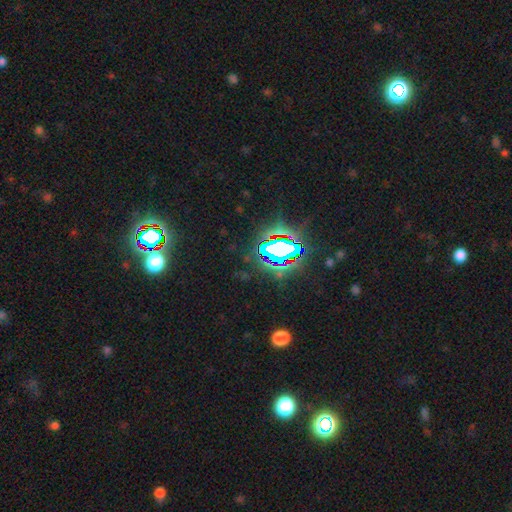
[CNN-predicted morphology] Smooth or featured?
  - star or artifact: 79% *
  - smooth: 12%
  - featured or disk: 9%